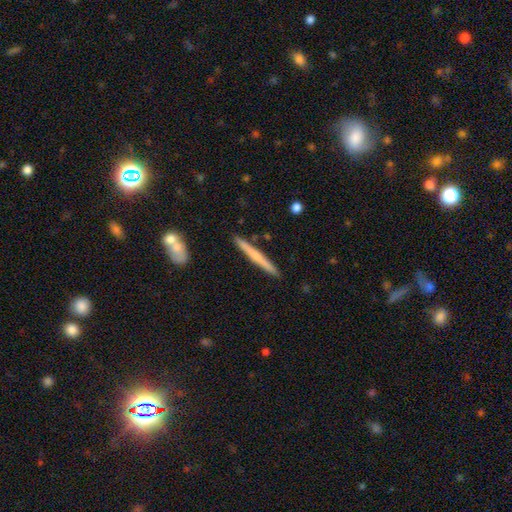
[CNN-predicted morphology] A smooth galaxy with no disk features (50%) that is cigar-shaped (96%).

Vote fractions:
- Smooth or featured? smooth: 50% / featured or disk: 45% / star or artifact: 5%
- How rounded? cigar-shaped: 96% / in between: 2% / round: 1%
- Merging? none: 90% / minor disturbance: 6% / merger: 2% / major disturbance: 1%